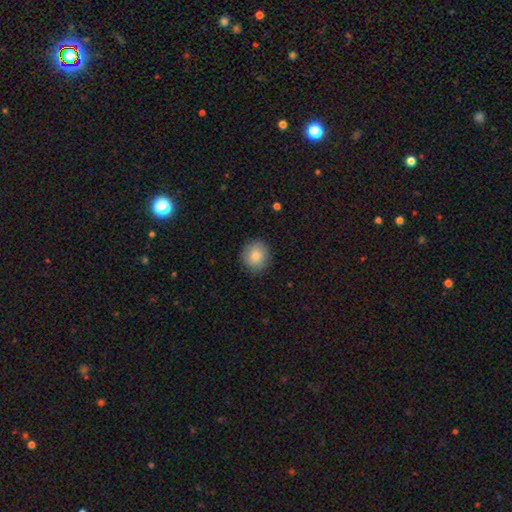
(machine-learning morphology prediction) This appears to be a smooth galaxy with no disk features (84%) that is round (82%). Merging: none (88%).